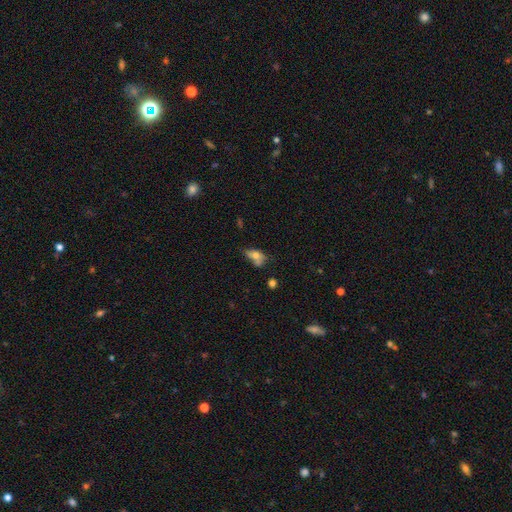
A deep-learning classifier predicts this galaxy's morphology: smooth 65%, featured or disk 24%, star or artifact 12%. Down the decision tree: how rounded — in between (79%); merging — none (32%).